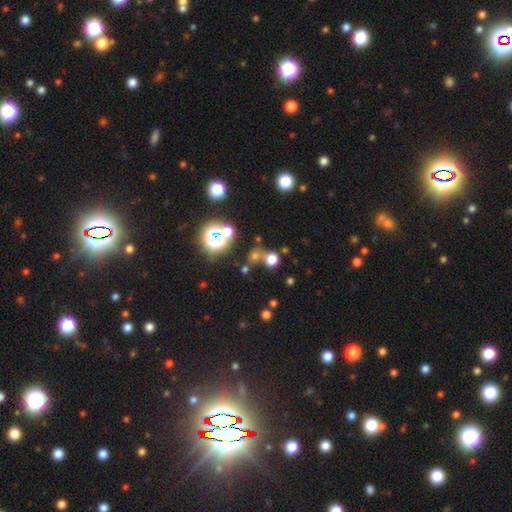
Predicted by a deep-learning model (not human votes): A smooth galaxy with no disk features (46%). Merging: none (68%).